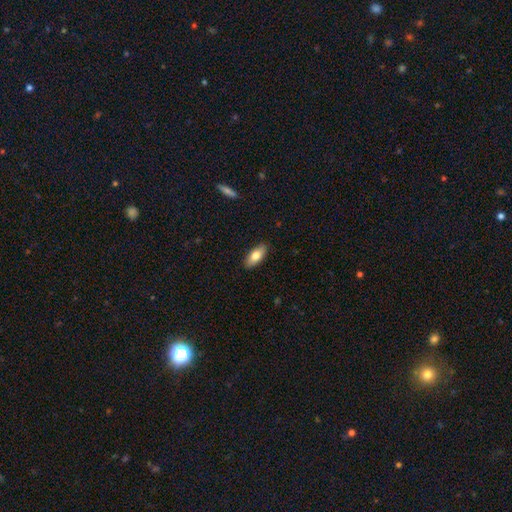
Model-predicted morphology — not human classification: A smooth galaxy with no disk features (76%) that is in between round and cigar-shaped (82%). Merging: none (89%).